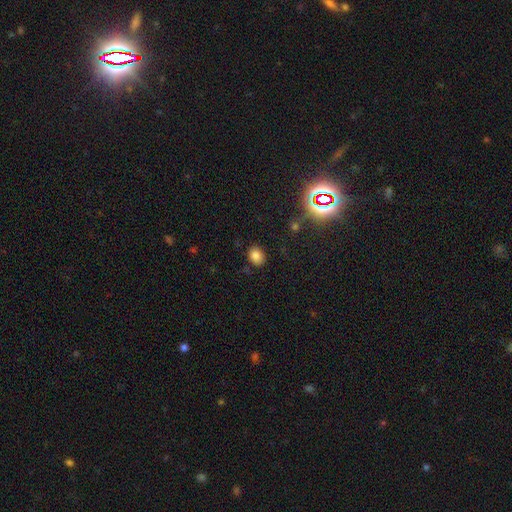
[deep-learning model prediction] The model was most divided on "how rounded": in between: 59%, round: 40%, cigar-shaped: 1%. More confident: merging — none (85%); smooth or featured — smooth (81%).